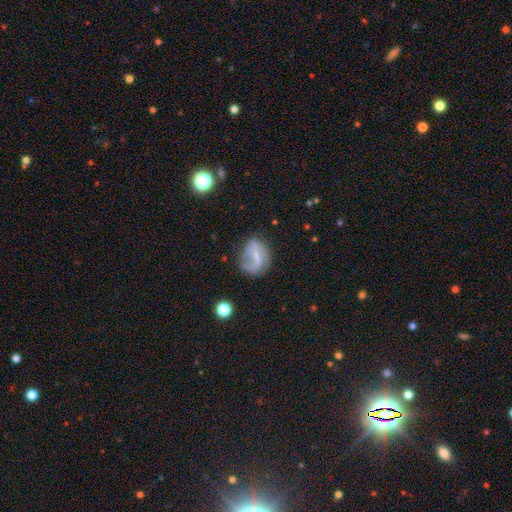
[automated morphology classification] A featured or disk galaxy (55%) with a weak bar (44%), spiral arms (64%) and a small central bulge (44%). Merging: none (51%).